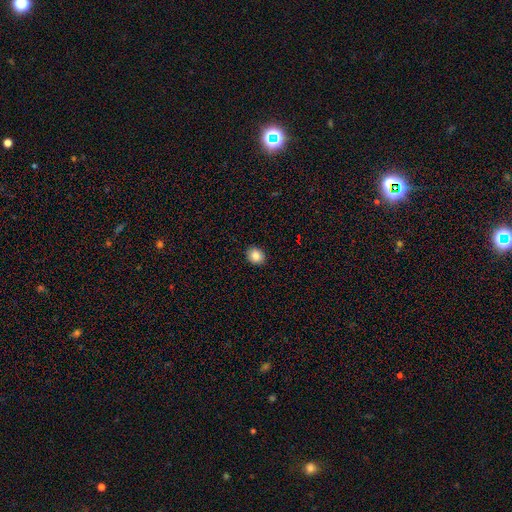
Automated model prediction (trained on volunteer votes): A smooth galaxy with no disk features (85%) that is round (61%). Merging: none (91%).